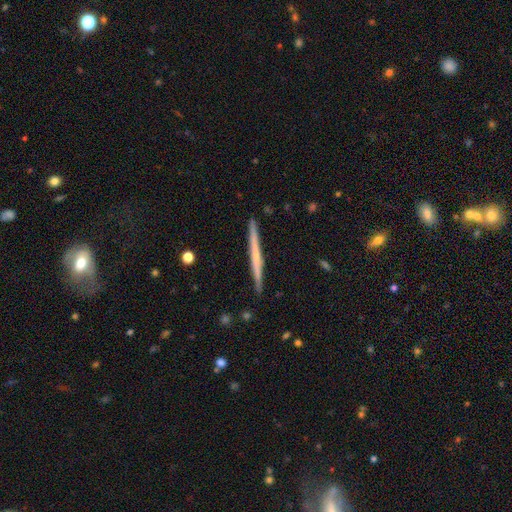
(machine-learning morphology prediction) type=featured or disk (56%); edge-on=yes (98%); edge-on bulge=none (75%); merging=none (91%).